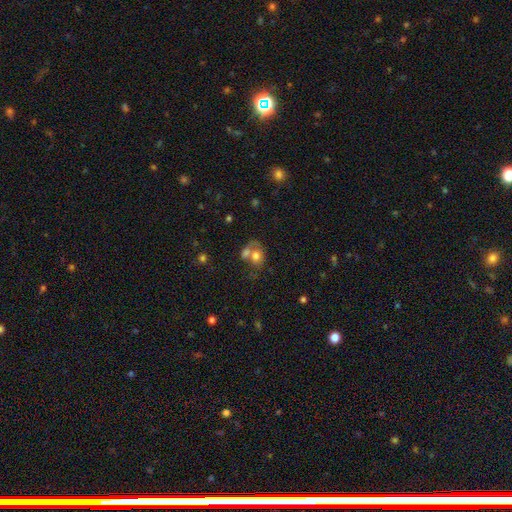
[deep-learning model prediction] The model was most divided on "how rounded": in between: 54%, round: 45%, cigar-shaped: 1%. More confident: smooth or featured — smooth (66%); merging — merger (58%).